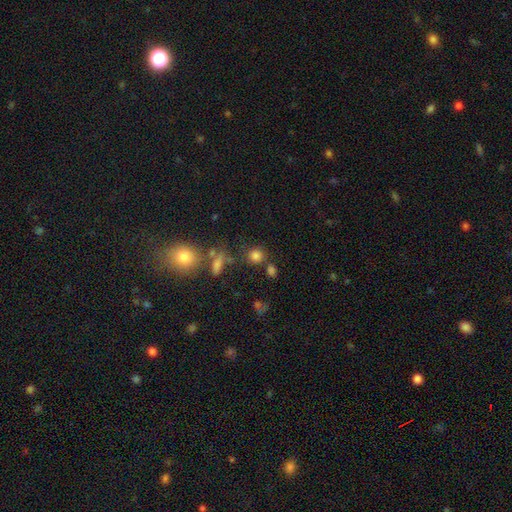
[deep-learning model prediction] Q: Smooth or featured?
A: smooth (79%); runner-up: star or artifact (15%)
Q: How rounded?
A: round (84%); runner-up: in between (14%)
Q: Merging?
A: none (70%); runner-up: merger (13%)